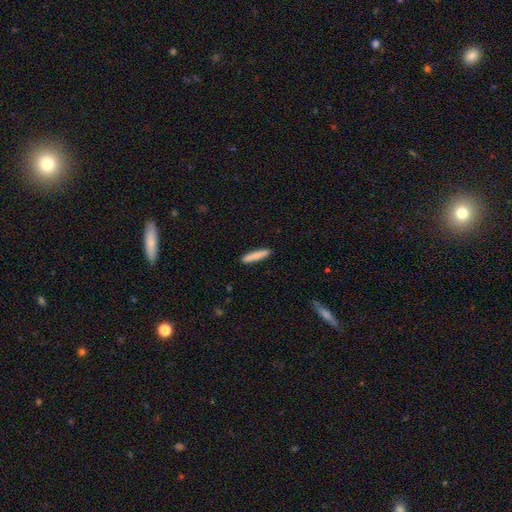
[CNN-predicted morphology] The model was most divided on "smooth or featured": smooth: 81%, featured or disk: 13%, star or artifact: 6%. More confident: how rounded — cigar-shaped (91%); merging — none (91%).